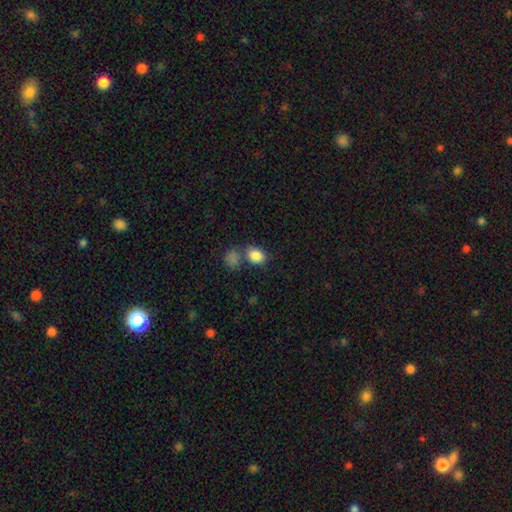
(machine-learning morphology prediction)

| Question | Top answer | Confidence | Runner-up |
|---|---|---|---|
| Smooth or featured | smooth | 85% | star or artifact (9%) |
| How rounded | in between | 64% | round (35%) |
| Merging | none | 55% | merger (27%) |